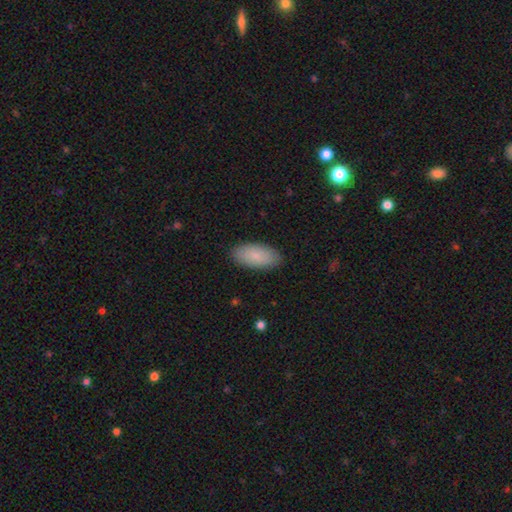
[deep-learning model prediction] This is clearly a smooth galaxy (87%). How rounded: clearly in between (91%). Merging: clearly none (88%).